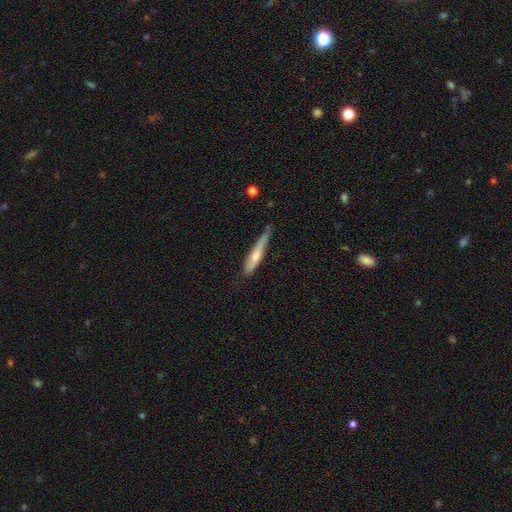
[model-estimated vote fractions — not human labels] Smooth or featured? smooth (61%)
How rounded? cigar-shaped (89%)
Merging? none (59%)